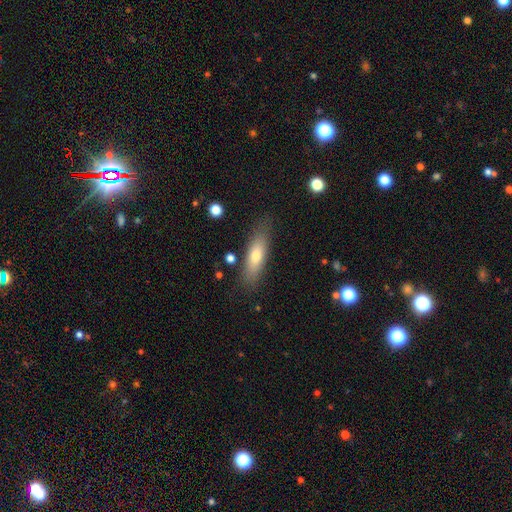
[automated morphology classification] smooth-or-featured: smooth: 65% | featured or disk: 28% | star or artifact: 7%
  how-rounded: cigar-shaped: 57% | in between: 41% | round: 2%
  merging: none: 83% | minor disturbance: 12% | major disturbance: 3% | merger: 2%